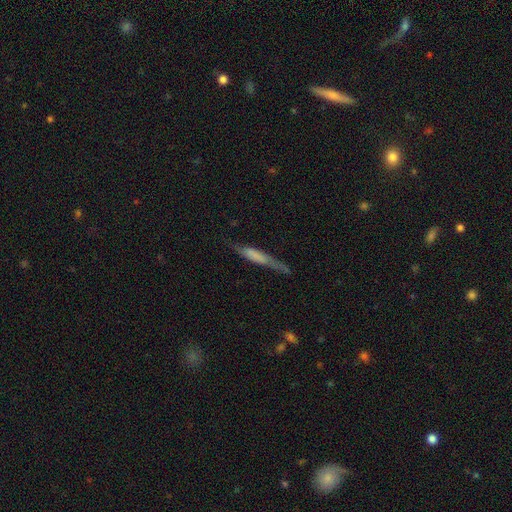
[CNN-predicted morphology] Smooth or featured? Predicted: smooth (p=0.50). Merging? Predicted: none (p=0.60).